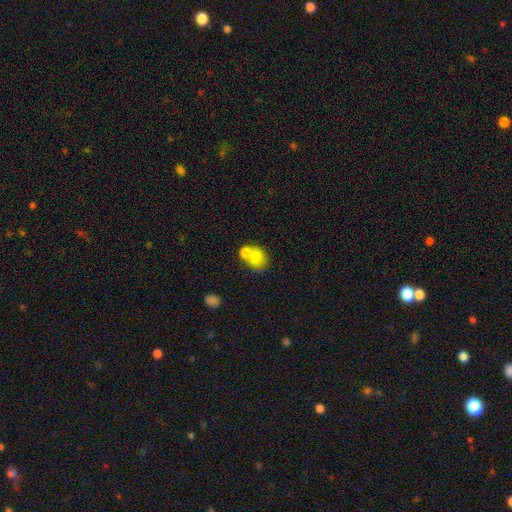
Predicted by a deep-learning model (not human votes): Overall: smooth (78%). How rounded: round (56%; in between 42%). Merging: merger (51%; none 34%).